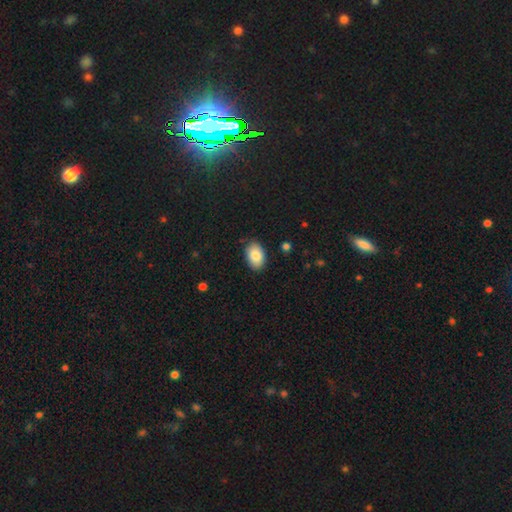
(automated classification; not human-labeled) smooth-or-featured: smooth: 86% | featured or disk: 7% | star or artifact: 7%
  how-rounded: in between: 90% | round: 9% | cigar-shaped: 1%
  merging: none: 83% | minor disturbance: 13% | major disturbance: 2% | merger: 1%